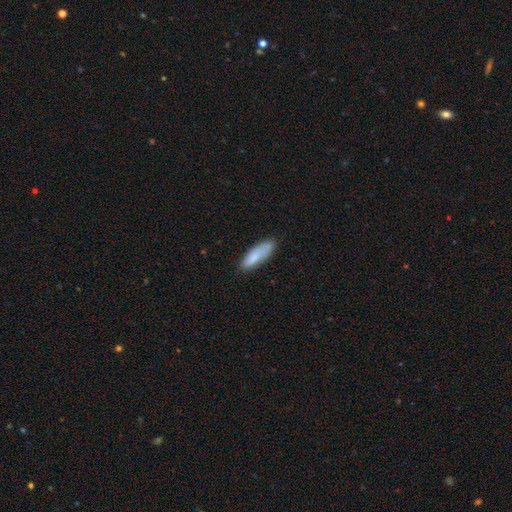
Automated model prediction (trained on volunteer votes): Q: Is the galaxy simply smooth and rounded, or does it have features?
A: smooth — 83%.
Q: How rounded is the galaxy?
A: in between — 50%.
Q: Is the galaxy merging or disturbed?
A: none — 76%.